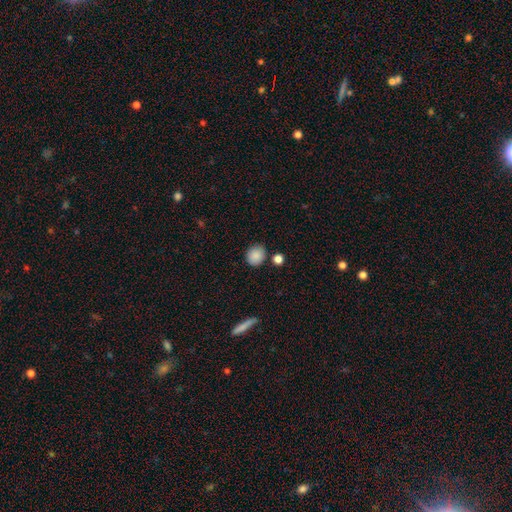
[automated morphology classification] Smooth or featured? Predicted: smooth (p=0.87). How rounded? Predicted: round (p=0.79). Merging? Predicted: none (p=0.81).